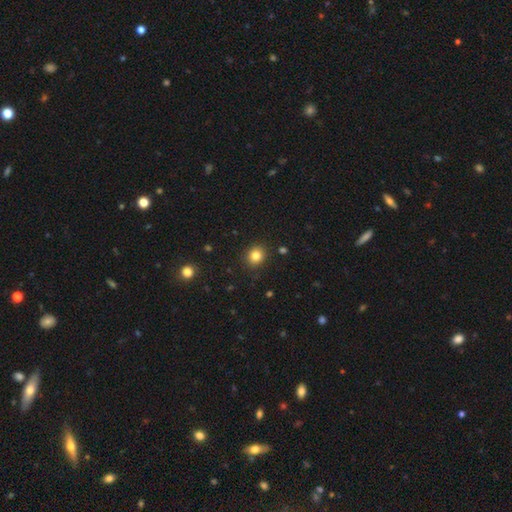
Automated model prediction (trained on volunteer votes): Smooth or featured? smooth (83%)
How rounded? round (78%)
Merging? none (89%)